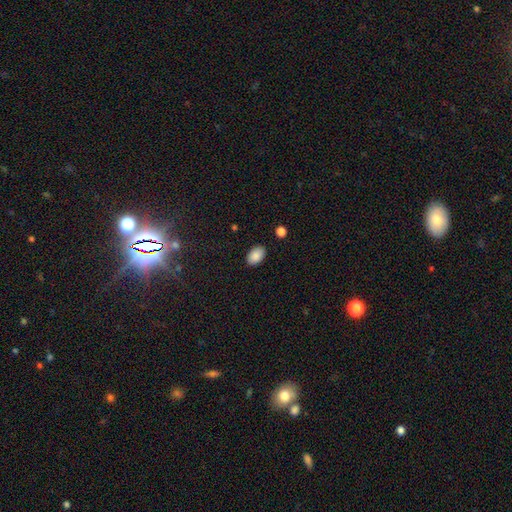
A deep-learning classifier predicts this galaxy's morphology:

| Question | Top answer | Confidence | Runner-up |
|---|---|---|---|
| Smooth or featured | smooth | 89% | star or artifact (7%) |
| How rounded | in between | 91% | round (8%) |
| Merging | none | 88% | minor disturbance (9%) |